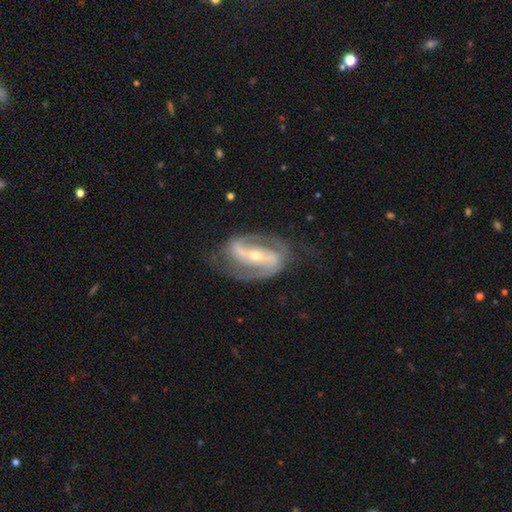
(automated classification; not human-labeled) Smooth or featured? featured or disk (90%)
Edge-on disk? no (96%)
Bar? strong (65%)
Spiral arms? yes (96%)
Spiral winding? medium (50%)
Spiral arm count? 2 (91%)
Bulge size? small (60%)
Merging? none (72%)